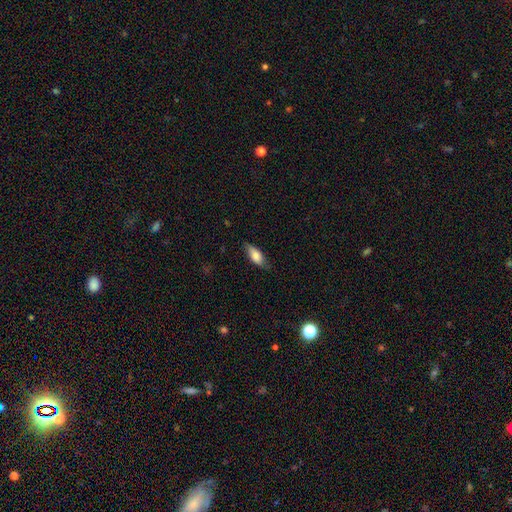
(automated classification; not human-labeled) A smooth galaxy with no disk features (76%) that is in between round and cigar-shaped (79%).

Vote fractions:
- Smooth or featured? smooth: 76% / featured or disk: 18% / star or artifact: 6%
- How rounded? in between: 79% / cigar-shaped: 19% / round: 3%
- Merging? none: 75% / minor disturbance: 20% / major disturbance: 4% / merger: 1%